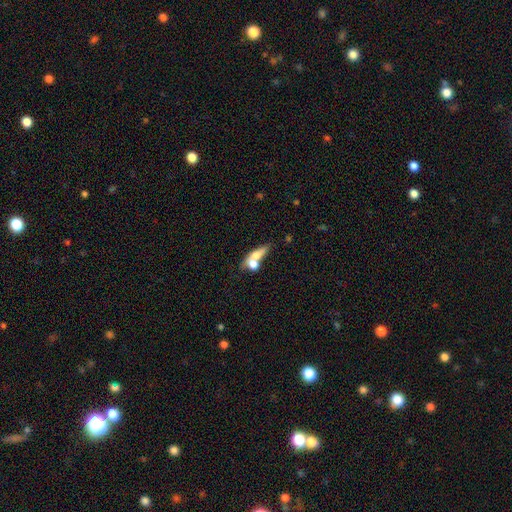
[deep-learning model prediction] Smooth or featured? smooth (61%)
How rounded? in between (46%)
Merging? merger (53%)